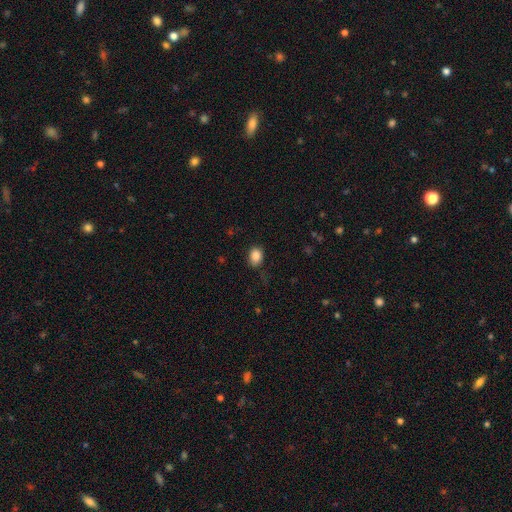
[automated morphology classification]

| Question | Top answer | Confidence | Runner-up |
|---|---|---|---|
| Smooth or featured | smooth | 86% | star or artifact (9%) |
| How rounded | in between | 60% | round (39%) |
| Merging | none | 77% | minor disturbance (17%) |